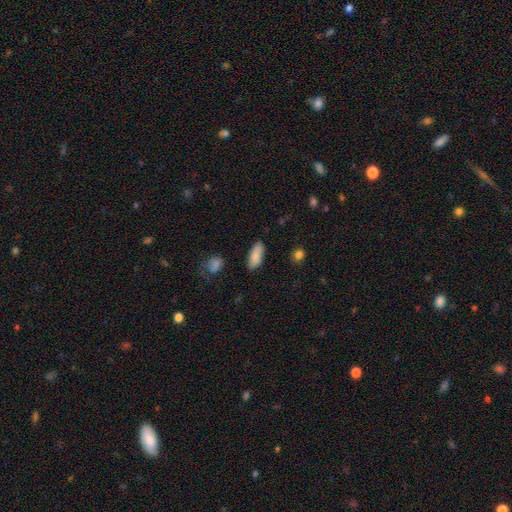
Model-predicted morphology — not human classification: Smooth or featured? Predicted: smooth (p=0.86). How rounded? Predicted: in between (p=0.82). Merging? Predicted: none (p=0.84).